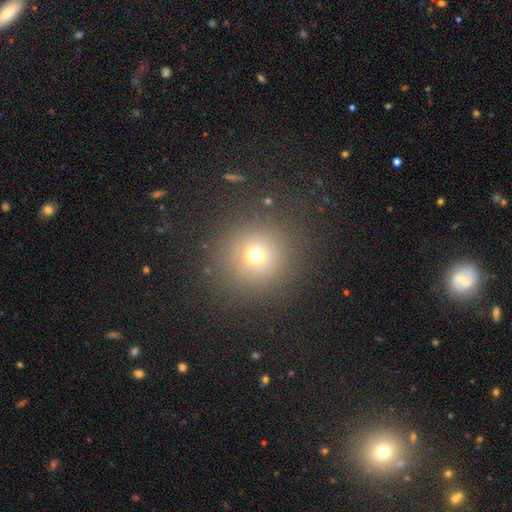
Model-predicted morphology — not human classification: smooth 64%, star or artifact 20%, featured or disk 16%. Down the decision tree: how rounded — round (93%); merging — none (82%).